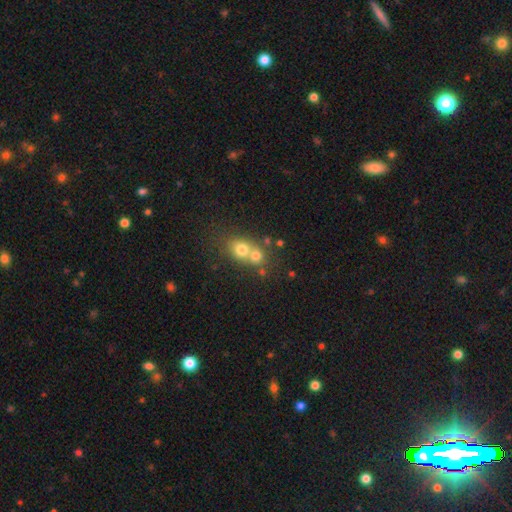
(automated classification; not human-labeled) Morphology: type=smooth (70%); roundness=round (74%); merging=merger (63%).